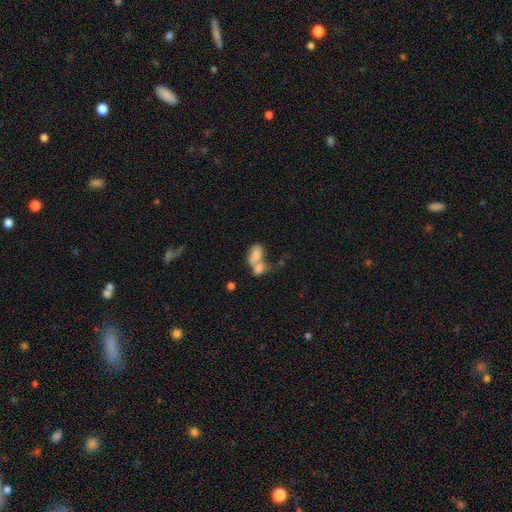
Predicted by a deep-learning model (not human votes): Smooth or featured?
  - smooth: 70% *
  - featured or disk: 20%
  - star or artifact: 10%
How rounded?
  - in between: 88% *
  - round: 8%
  - cigar-shaped: 3%
Merging?
  - merger: 71% *
  - none: 14%
  - major disturbance: 9%
  - minor disturbance: 7%